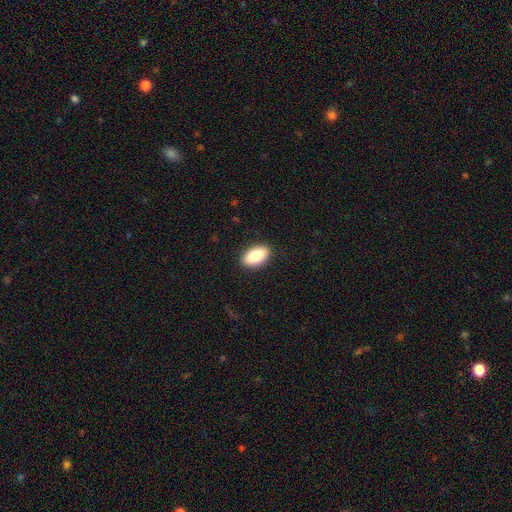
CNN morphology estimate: This is clearly a smooth galaxy (84%). How rounded: clearly in between (93%). Merging: clearly none (89%).